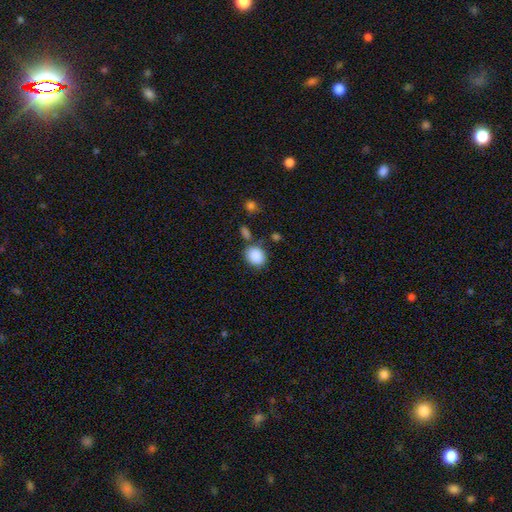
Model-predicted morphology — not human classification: A smooth galaxy with no disk features (88%) that is round (55%). Merging: none (71%).